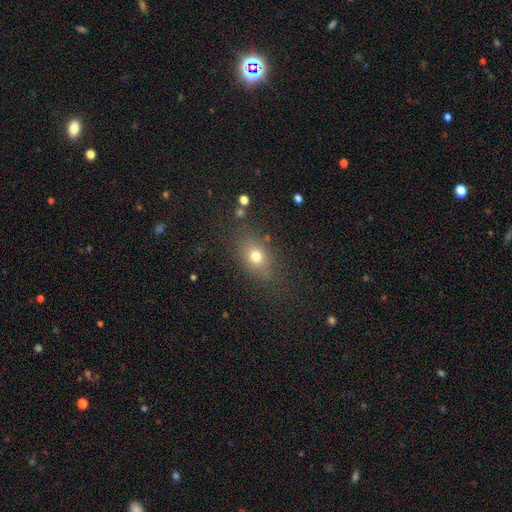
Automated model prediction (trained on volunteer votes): Overall: smooth (74%). How rounded: in between (67%; round 30%). Merging: none (78%).